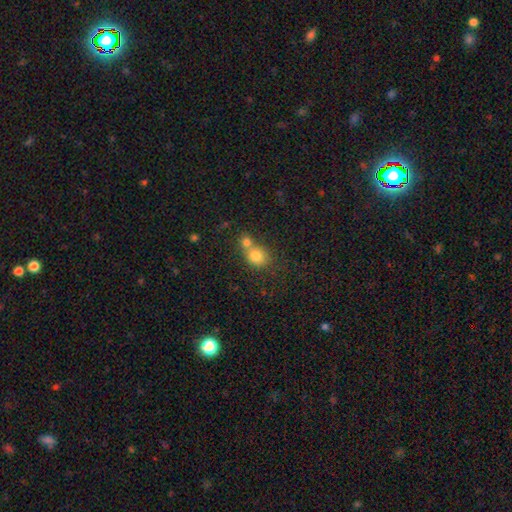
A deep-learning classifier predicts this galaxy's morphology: Overall: smooth (79%). How rounded: round (71%). Merging: merger (56%; none 33%).